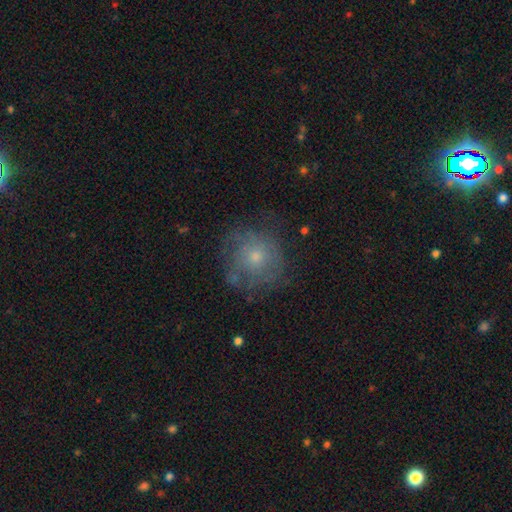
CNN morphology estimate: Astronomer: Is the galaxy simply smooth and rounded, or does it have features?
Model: smooth — 47% (runner-up: featured or disk, 41%).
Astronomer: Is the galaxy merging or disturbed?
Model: none — 65%.